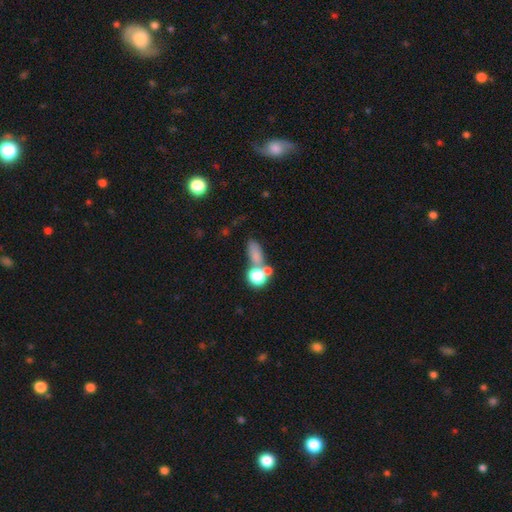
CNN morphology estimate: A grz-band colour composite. It shows a smooth galaxy with no disk features (68%) that is in between round and cigar-shaped (58%). Merging: merger (42%).